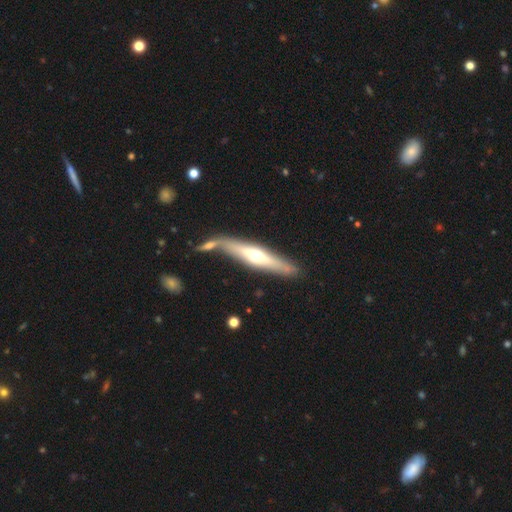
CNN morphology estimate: Smooth or featured: featured or disk — 62% (smooth — 33%)
Edge-on disk: yes — 90% (no — 10%)
Edge-on bulge: rounded — 91% (none — 5%)
Merging: none — 64% (merger — 19%)